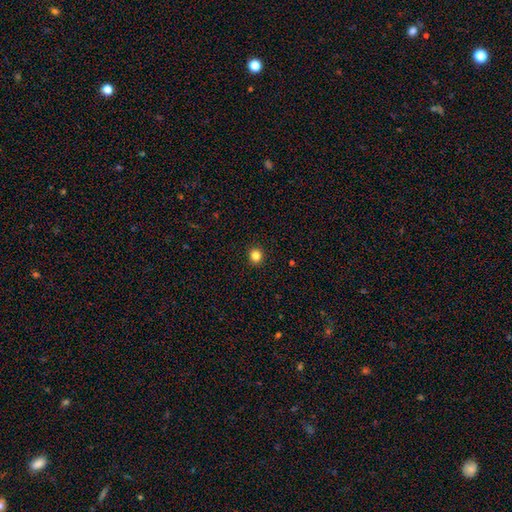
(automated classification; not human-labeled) smooth 83%, star or artifact 12%, featured or disk 4%. Down the decision tree: how rounded — round (90%); merging — none (93%).